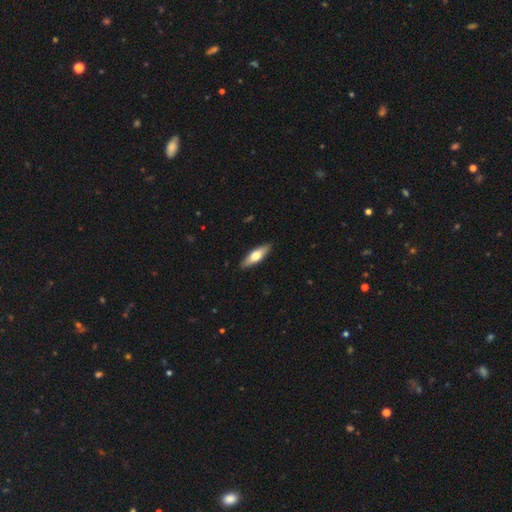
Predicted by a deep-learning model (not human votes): Smooth or featured: smooth — 56% (featured or disk — 39%)
How rounded: cigar-shaped — 51% (in between — 46%)
Merging: none — 89% (minor disturbance — 9%)